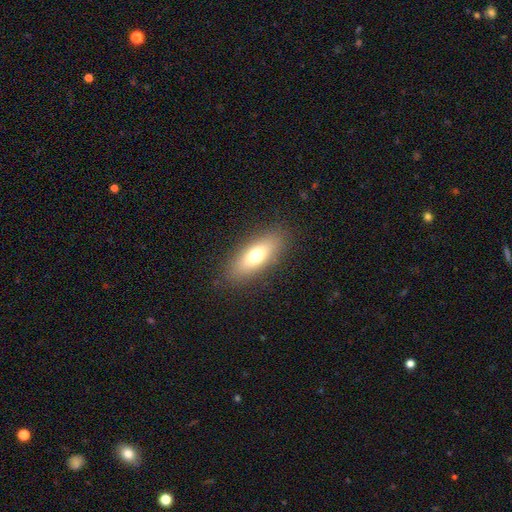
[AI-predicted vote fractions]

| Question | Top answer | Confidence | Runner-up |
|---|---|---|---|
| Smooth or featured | smooth | 69% | featured or disk (23%) |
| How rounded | in between | 69% | cigar-shaped (28%) |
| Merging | none | 86% | minor disturbance (9%) |